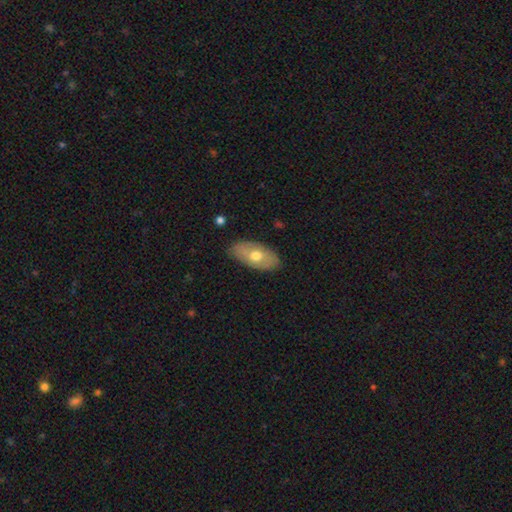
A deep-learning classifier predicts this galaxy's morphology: Smooth or featured?
  - smooth: 56% *
  - featured or disk: 38%
  - star or artifact: 6%
How rounded?
  - in between: 92% *
  - round: 4%
  - cigar-shaped: 4%
Merging?
  - none: 84% *
  - minor disturbance: 12%
  - major disturbance: 2%
  - merger: 1%